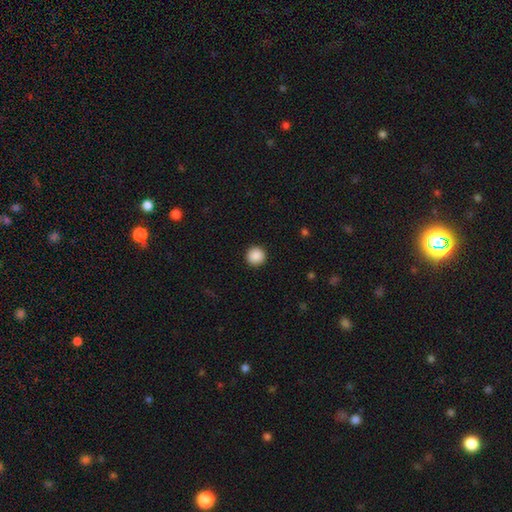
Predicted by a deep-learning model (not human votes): A smooth galaxy with no disk features (89%) that is round (95%). Merging: none (93%).